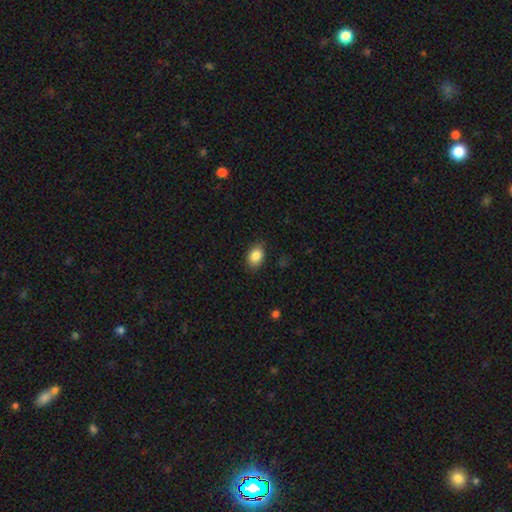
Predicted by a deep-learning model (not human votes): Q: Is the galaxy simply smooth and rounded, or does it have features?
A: smooth — 87%.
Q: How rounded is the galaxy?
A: in between — 84%.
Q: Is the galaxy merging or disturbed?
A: none — 83%.